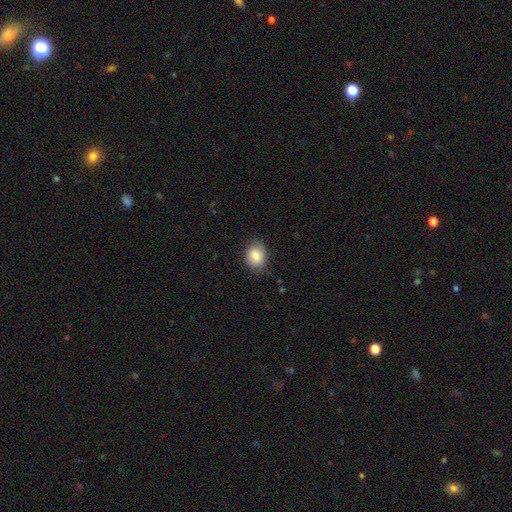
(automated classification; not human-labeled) This appears to be a smooth galaxy with no disk features (82%) that is in between round and cigar-shaped (63%). Merging: none (73%).